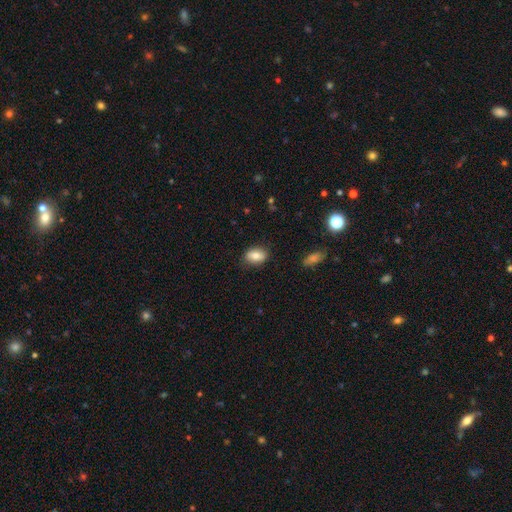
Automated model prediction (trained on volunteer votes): Q: Smooth or featured?
A: smooth (81%); runner-up: featured or disk (11%)
Q: How rounded?
A: in between (84%); runner-up: round (14%)
Q: Merging?
A: none (83%); runner-up: minor disturbance (13%)